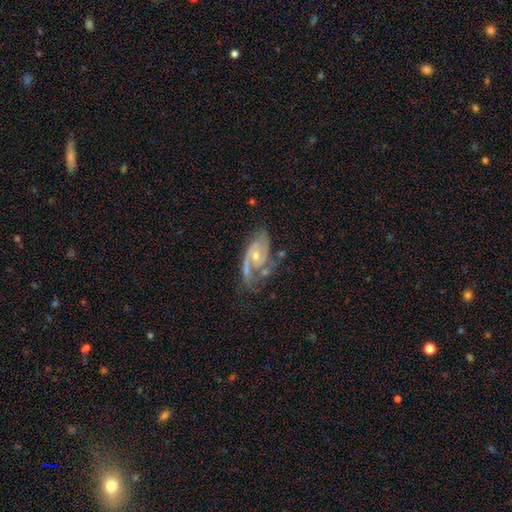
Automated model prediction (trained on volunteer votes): This appears to be a featured or disk galaxy (85%) with no bar (64%), 2 (64%) medium (47%) spiral arms (95%) and a small central bulge (59%). Merging: none (51%).